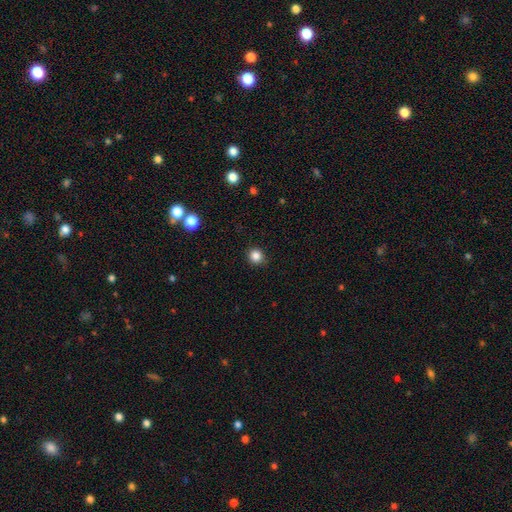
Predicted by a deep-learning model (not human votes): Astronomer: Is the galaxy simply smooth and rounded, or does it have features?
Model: smooth — 85%.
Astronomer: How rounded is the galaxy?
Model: round — 90%.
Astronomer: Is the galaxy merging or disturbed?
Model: none — 89%.